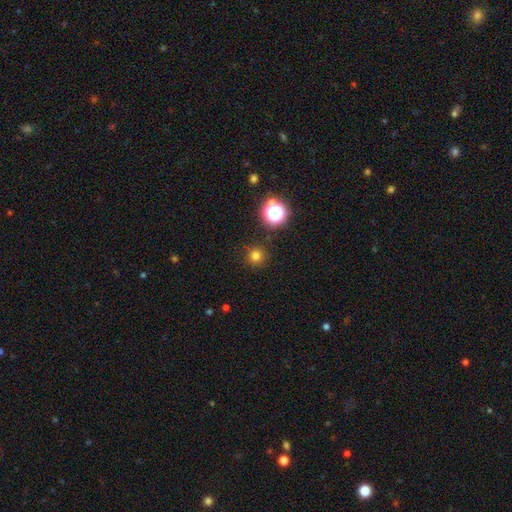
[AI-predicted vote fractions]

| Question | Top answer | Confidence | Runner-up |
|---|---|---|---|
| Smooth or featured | smooth | 74% | star or artifact (20%) |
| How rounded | round | 95% | in between (4%) |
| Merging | none | 90% | minor disturbance (6%) |